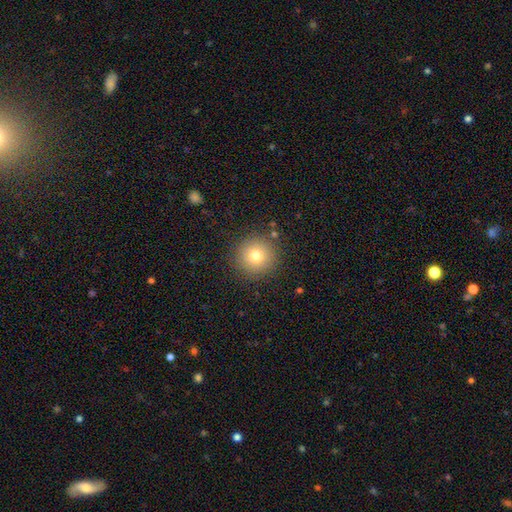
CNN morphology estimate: type=smooth (75%); roundness=round (95%); merging=none (88%).